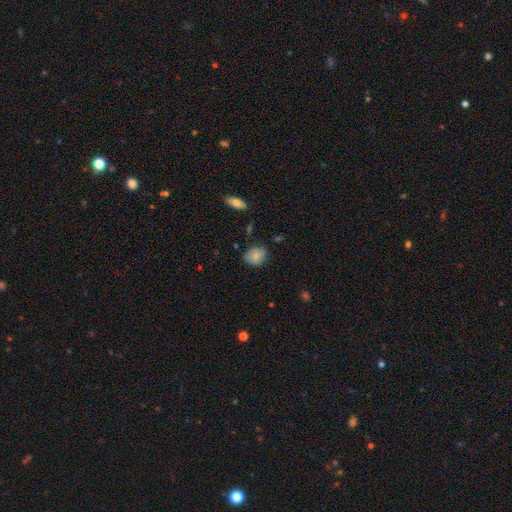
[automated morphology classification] Overall: smooth (81%). How rounded: round (61%; in between 38%). Merging: none (76%).